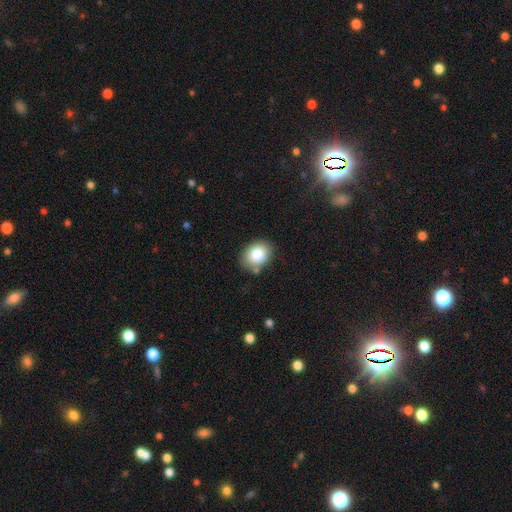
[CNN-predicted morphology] smooth-or-featured: smooth: 83% | star or artifact: 9% | featured or disk: 9%
  how-rounded: in between: 57% | round: 42% | cigar-shaped: 1%
  merging: none: 81% | minor disturbance: 13% | merger: 4% | major disturbance: 3%